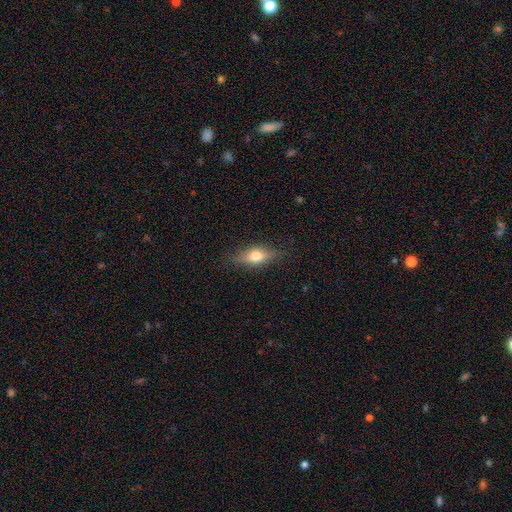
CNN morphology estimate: Smooth or featured? Predicted: smooth (p=0.63). How rounded? Predicted: in between (p=0.69). Merging? Predicted: none (p=0.82).